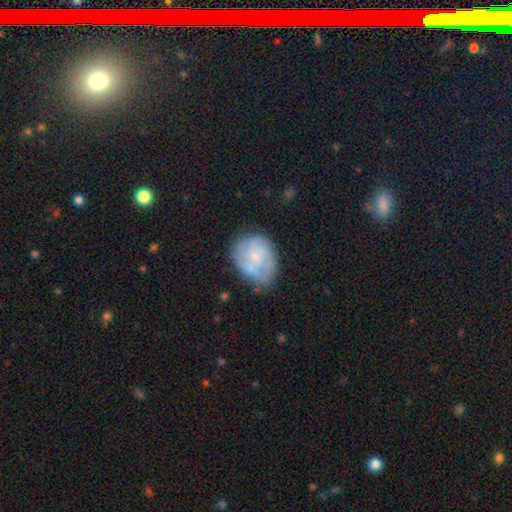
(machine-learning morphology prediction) Q: Smooth or featured?
A: featured or disk (64%); runner-up: smooth (29%)
Q: Edge-on disk?
A: no (98%); runner-up: yes (2%)
Q: Bar?
A: no (67%); runner-up: weak (29%)
Q: Spiral arms?
A: yes (83%); runner-up: no (17%)
Q: Spiral winding?
A: tight (43%); runner-up: medium (42%)
Q: Spiral arm count?
A: can't tell (31%); runner-up: 3 (28%)
Q: Bulge size?
A: small (70%); runner-up: moderate (17%)
Q: Merging?
A: none (55%); runner-up: minor disturbance (28%)